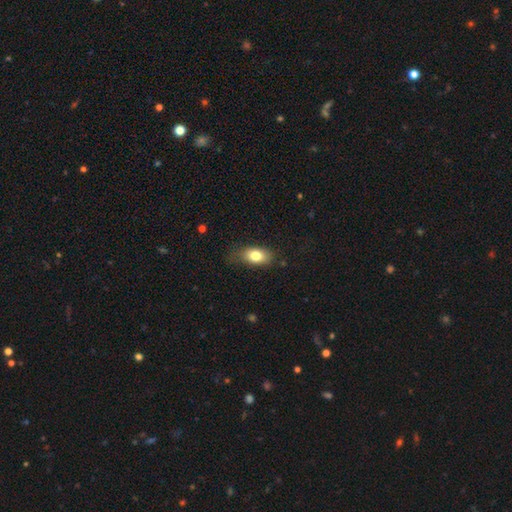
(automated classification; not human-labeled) This appears to be a smooth galaxy with no disk features (79%) that is in between round and cigar-shaped (87%). Merging: none (69%).